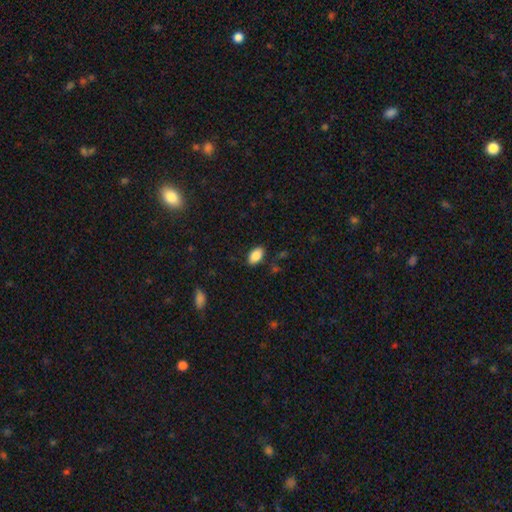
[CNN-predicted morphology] type=smooth (87%); roundness=in between (93%); merging=none (85%).